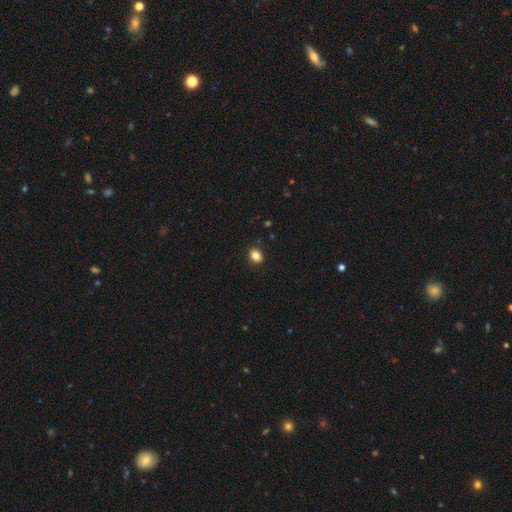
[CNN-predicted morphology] Smooth or featured?
  - smooth: 84% *
  - star or artifact: 11%
  - featured or disk: 5%
How rounded?
  - round: 51% *
  - in between: 48%
  - cigar-shaped: 1%
Merging?
  - none: 89% *
  - minor disturbance: 8%
  - major disturbance: 2%
  - merger: 1%